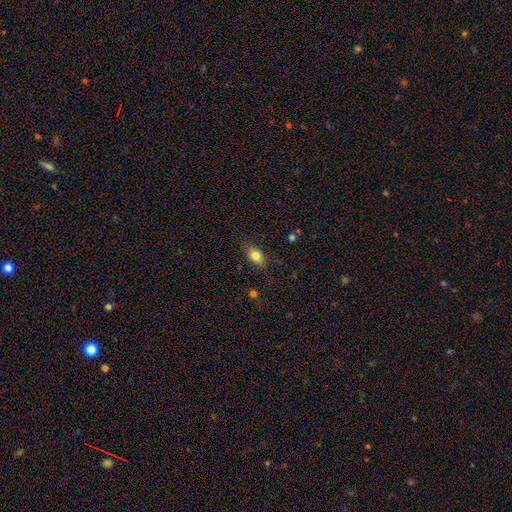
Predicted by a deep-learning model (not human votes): The model was most divided on "merging": none: 83%, minor disturbance: 13%, major disturbance: 3%, merger: 1%. More confident: how rounded — in between (84%); smooth or featured — smooth (82%).